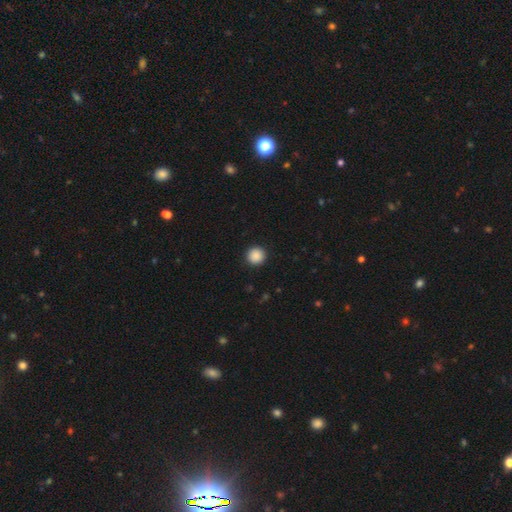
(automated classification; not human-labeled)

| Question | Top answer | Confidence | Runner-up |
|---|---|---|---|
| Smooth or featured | smooth | 89% | star or artifact (9%) |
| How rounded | round | 95% | in between (4%) |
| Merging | none | 93% | minor disturbance (5%) |